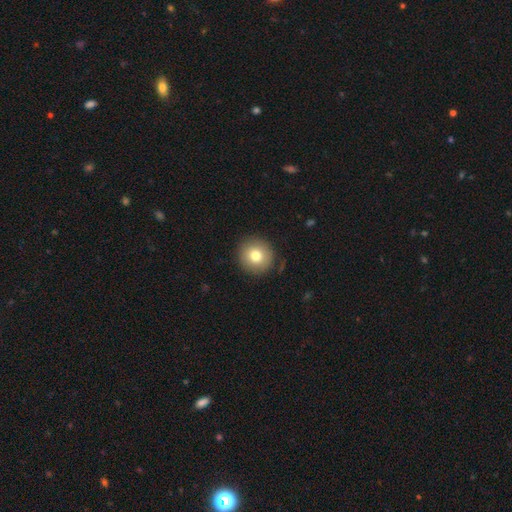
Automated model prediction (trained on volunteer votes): Smooth or featured? smooth (77%)
How rounded? round (93%)
Merging? none (88%)